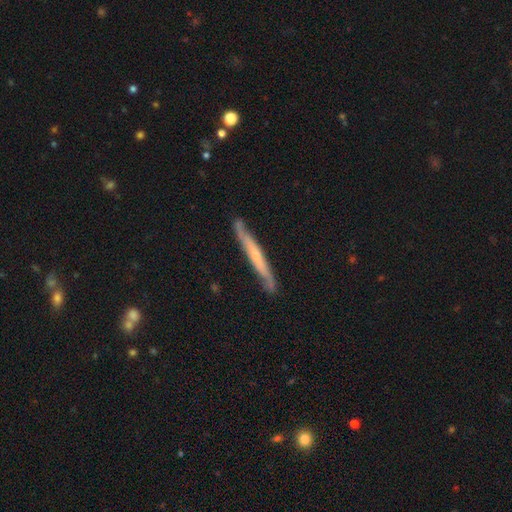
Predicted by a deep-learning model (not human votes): The model was most divided on "edge-on bulge": none: 54%, rounded: 41%, boxy: 5%. More confident: edge-on disk — yes (86%); merging — none (82%); smooth or featured — featured or disk (64%).